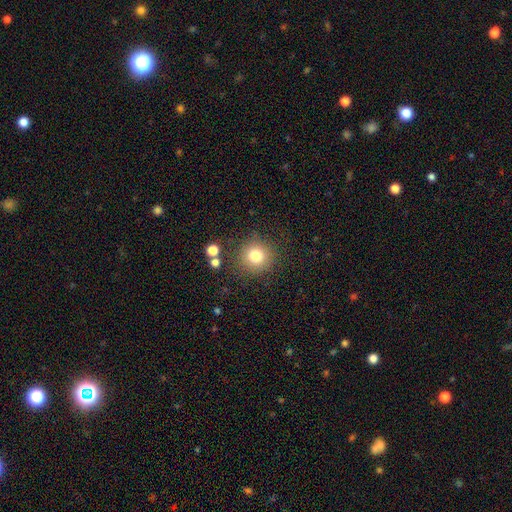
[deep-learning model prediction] Overall: smooth (80%). How rounded: round (92%). Merging: none (82%).